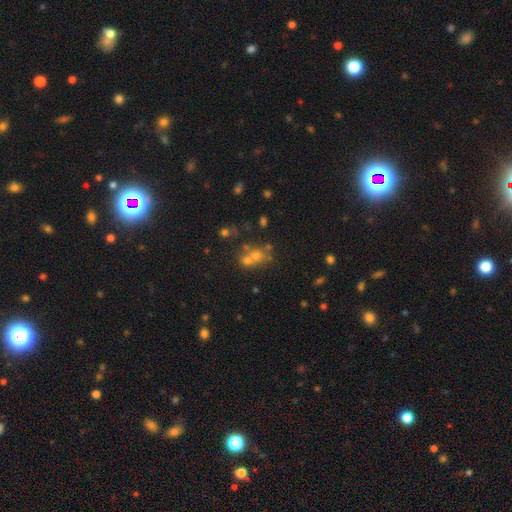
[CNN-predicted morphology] smooth 47%, star or artifact 28%, featured or disk 24%. Down the decision tree: merging — merger (45%).